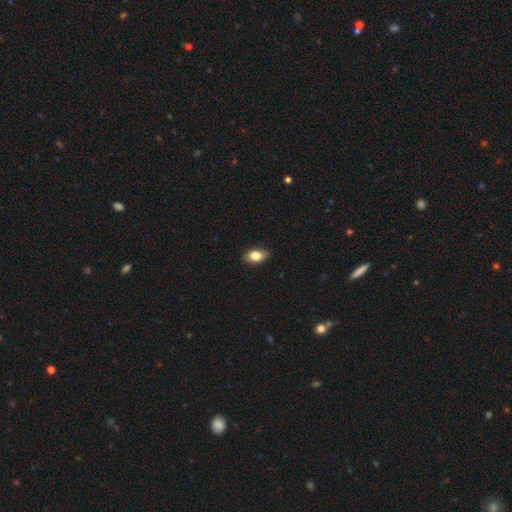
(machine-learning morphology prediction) This is clearly a smooth galaxy (81%). How rounded: clearly in between (87%). Merging: clearly none (87%).